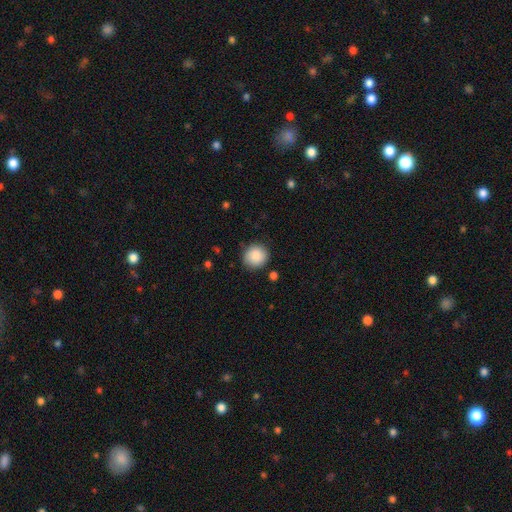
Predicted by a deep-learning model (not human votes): This is clearly a smooth galaxy (87%). How rounded: clearly round (90%). Merging: clearly none (87%).